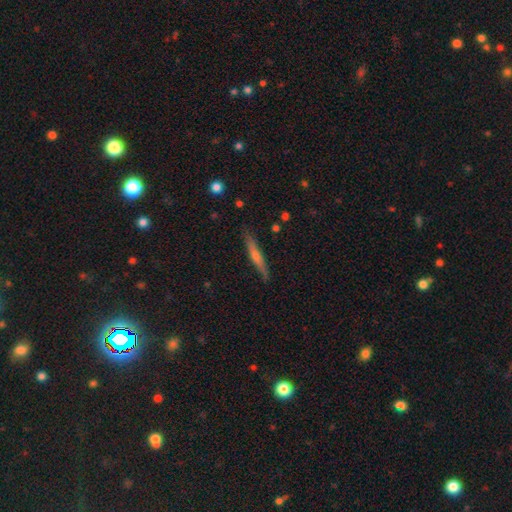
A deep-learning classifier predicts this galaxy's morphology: The model was most divided on "smooth or featured": featured or disk: 52%, smooth: 42%, star or artifact: 6%. More confident: edge-on disk — yes (95%); merging — none (85%).